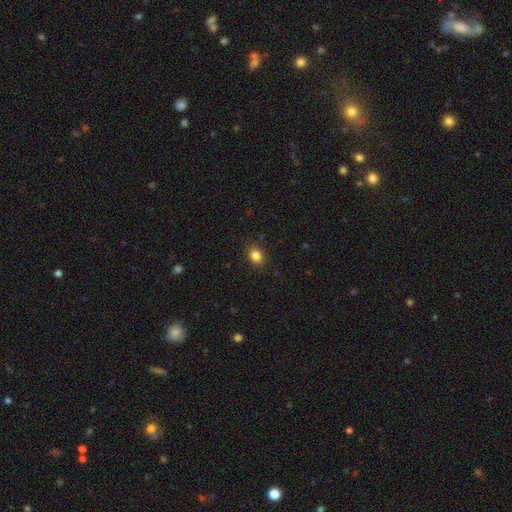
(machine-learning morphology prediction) A smooth galaxy with no disk features (84%) that is round (55%).

Vote fractions:
- Smooth or featured? smooth: 84% / star or artifact: 11% / featured or disk: 5%
- How rounded? round: 55% / in between: 44% / cigar-shaped: 1%
- Merging? none: 86% / minor disturbance: 10% / major disturbance: 3% / merger: 1%